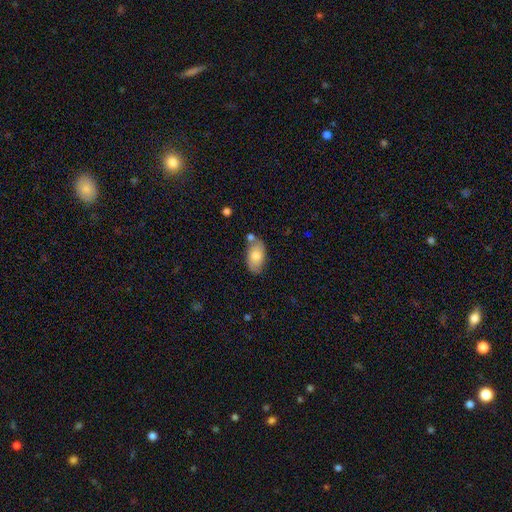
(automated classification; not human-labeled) The model was most divided on "merging": none: 63%, minor disturbance: 19%, merger: 14%, major disturbance: 5%. More confident: how rounded — in between (93%); smooth or featured — smooth (72%).